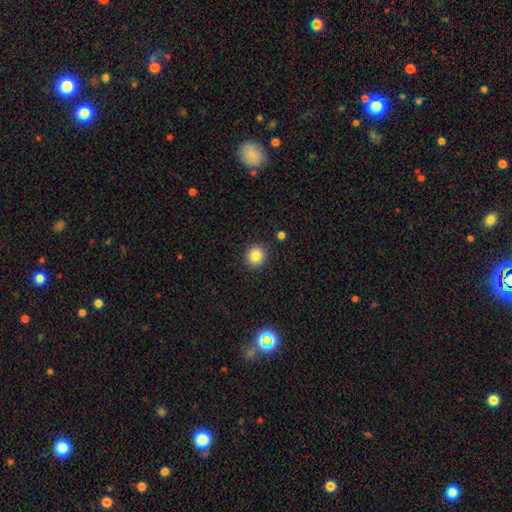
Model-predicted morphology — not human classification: smooth-or-featured: smooth: 85% | star or artifact: 10% | featured or disk: 5%
  how-rounded: round: 92% | in between: 7% | cigar-shaped: 1%
  merging: none: 89% | minor disturbance: 7% | major disturbance: 2% | merger: 2%